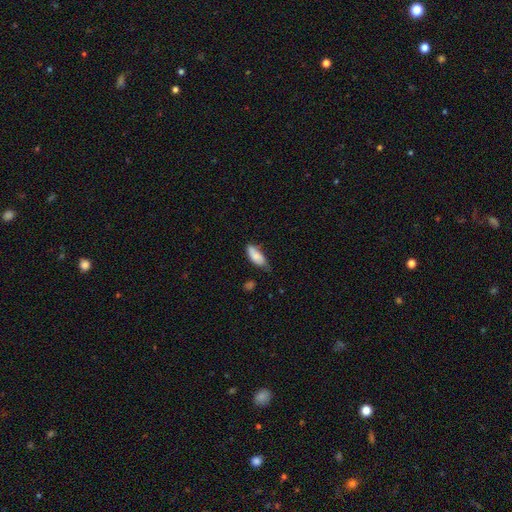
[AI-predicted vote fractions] Smooth or featured? smooth (81%)
How rounded? in between (79%)
Merging? none (50%)